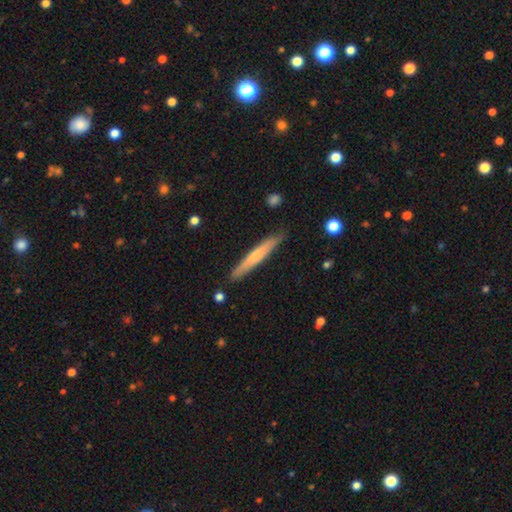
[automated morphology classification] smooth-or-featured: smooth: 58% | featured or disk: 37% | star or artifact: 5%
  how-rounded: cigar-shaped: 95% | in between: 4% | round: 1%
  merging: none: 87% | minor disturbance: 10% | major disturbance: 2% | merger: 2%